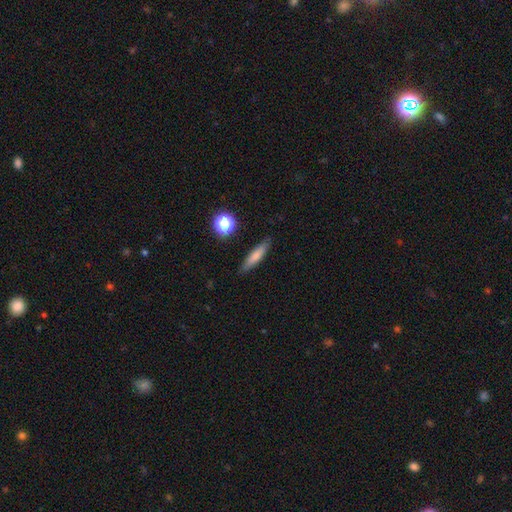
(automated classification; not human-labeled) Smooth or featured: smooth — 73% (featured or disk — 19%)
How rounded: cigar-shaped — 81% (in between — 16%)
Merging: none — 86% (minor disturbance — 10%)